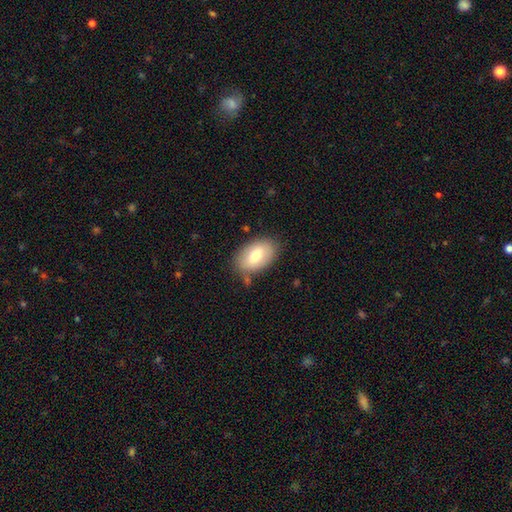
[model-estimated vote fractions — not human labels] A smooth galaxy with no disk features (72%) that is in between round and cigar-shaped (92%).

Vote fractions:
- Smooth or featured? smooth: 72% / featured or disk: 21% / star or artifact: 7%
- How rounded? in between: 92% / round: 7% / cigar-shaped: 1%
- Merging? none: 76% / minor disturbance: 17% / major disturbance: 4% / merger: 3%